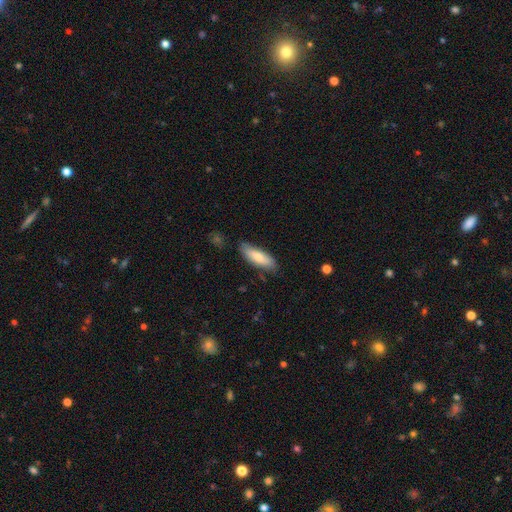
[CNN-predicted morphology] smooth-or-featured: smooth: 75% | featured or disk: 19% | star or artifact: 6%
  how-rounded: in between: 54% | cigar-shaped: 45% | round: 2%
  merging: none: 78% | minor disturbance: 17% | major disturbance: 3% | merger: 2%